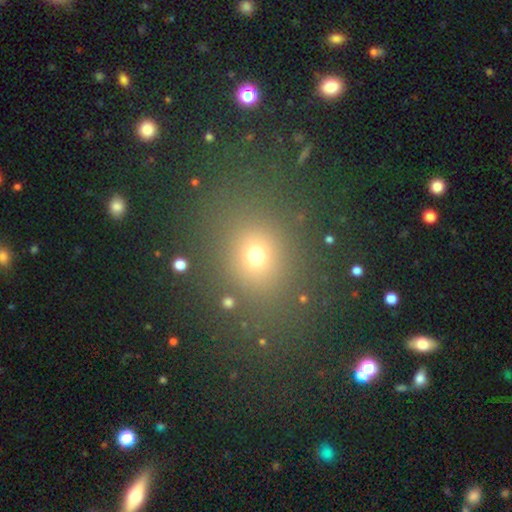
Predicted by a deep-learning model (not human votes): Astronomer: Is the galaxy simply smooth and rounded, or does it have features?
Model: smooth — 67%.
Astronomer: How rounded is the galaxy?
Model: round — 61% (runner-up: in between, 37%).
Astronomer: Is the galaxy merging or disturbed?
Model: none — 80%.